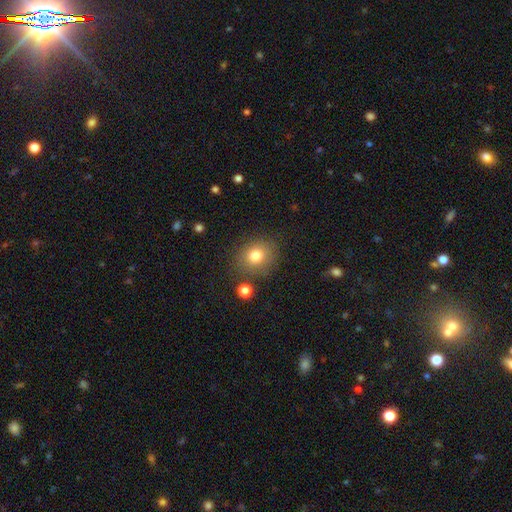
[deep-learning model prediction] Morphology: type=smooth (79%); roundness=round (69%); merging=none (81%).